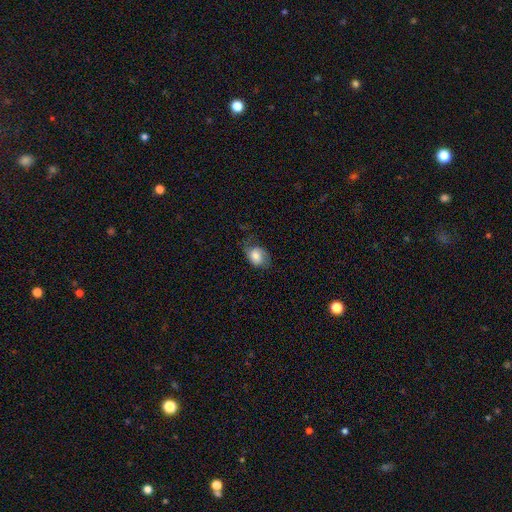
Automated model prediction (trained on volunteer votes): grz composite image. It shows a smooth galaxy with no disk features (69%) that is in between round and cigar-shaped (66%). Merging: none (54%).